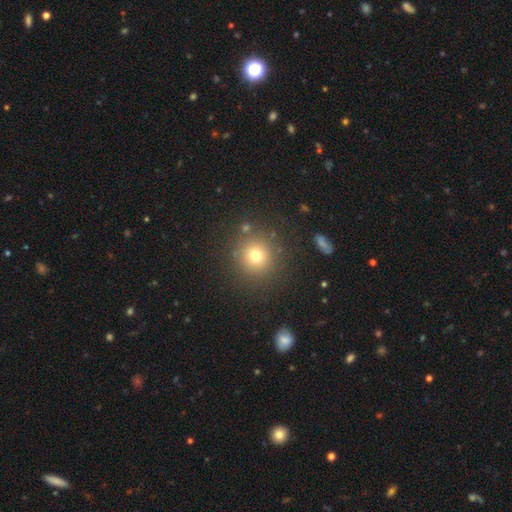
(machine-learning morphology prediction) type=smooth (74%); roundness=round (94%); merging=none (87%).